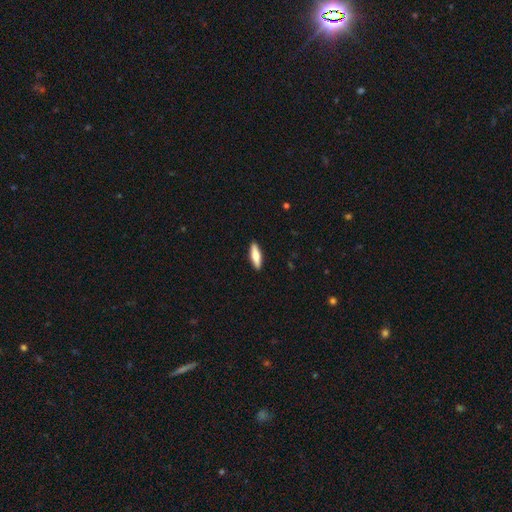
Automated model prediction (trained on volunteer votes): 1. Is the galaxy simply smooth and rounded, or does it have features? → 68% smooth, 27% featured or disk, 5% star or artifact.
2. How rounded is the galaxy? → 62% cigar-shaped, 36% in between, 2% round.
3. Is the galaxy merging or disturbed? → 91% none, 7% minor disturbance, 2% major disturbance, 1% merger.